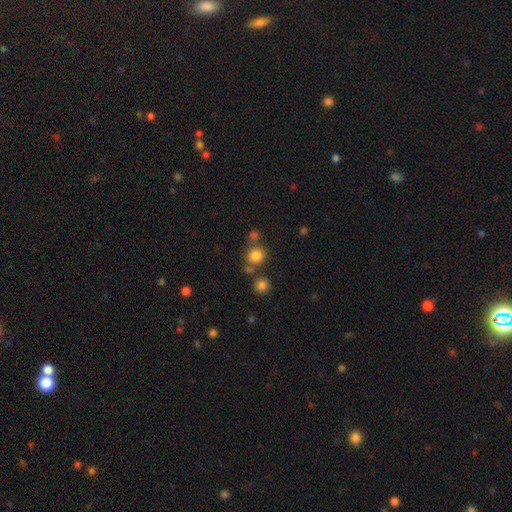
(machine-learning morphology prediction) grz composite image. It shows a smooth galaxy with no disk features (80%) that is round (88%). Merging: none (69%).